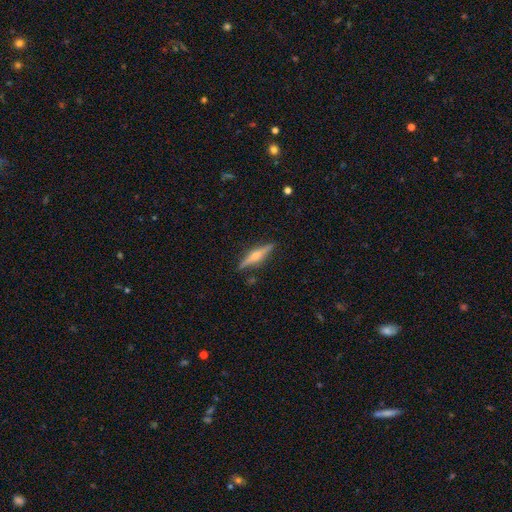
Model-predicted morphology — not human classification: smooth-or-featured: featured or disk: 66% | smooth: 28% | star or artifact: 6%
  disk-edge-on: yes: 97% | no: 3%
    edge-on-bulge: rounded: 88% | boxy: 7% | none: 5%
  merging: none: 87% | minor disturbance: 9% | major disturbance: 2% | merger: 1%